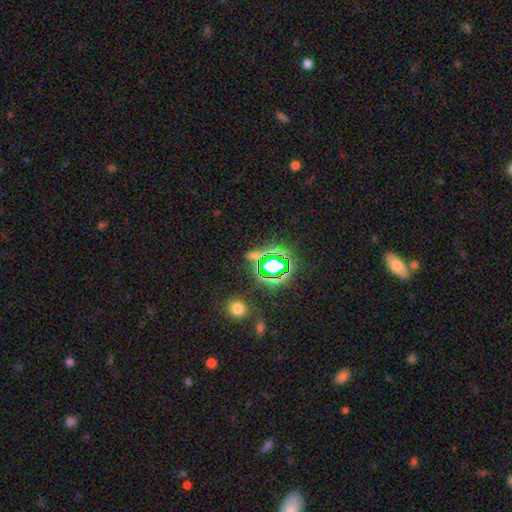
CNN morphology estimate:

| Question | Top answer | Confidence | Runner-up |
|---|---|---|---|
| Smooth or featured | star or artifact | 69% | smooth (22%) |